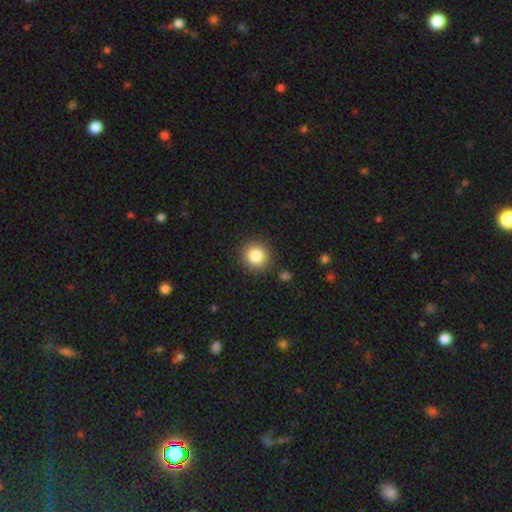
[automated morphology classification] A smooth galaxy with no disk features (85%) that is round (91%).

Vote fractions:
- Smooth or featured? smooth: 85% / star or artifact: 10% / featured or disk: 6%
- How rounded? round: 91% / in between: 9% / cigar-shaped: 1%
- Merging? none: 88% / minor disturbance: 7% / major disturbance: 2% / merger: 2%